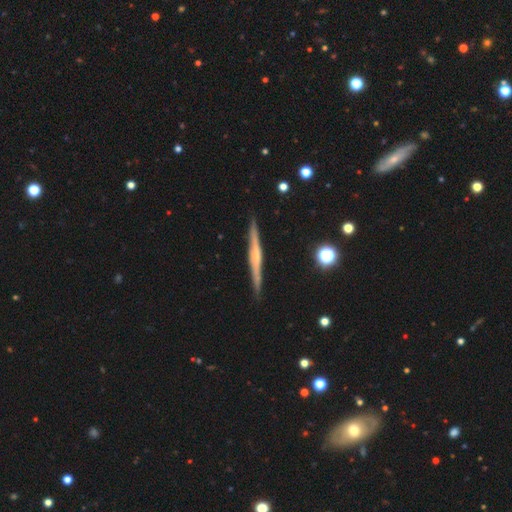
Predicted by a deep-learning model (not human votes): Q: Smooth or featured?
A: featured or disk (73%); runner-up: smooth (21%)
Q: Edge-on disk?
A: yes (98%); runner-up: no (2%)
Q: Edge-on bulge?
A: rounded (56%); runner-up: none (32%)
Q: Merging?
A: none (91%); runner-up: minor disturbance (7%)